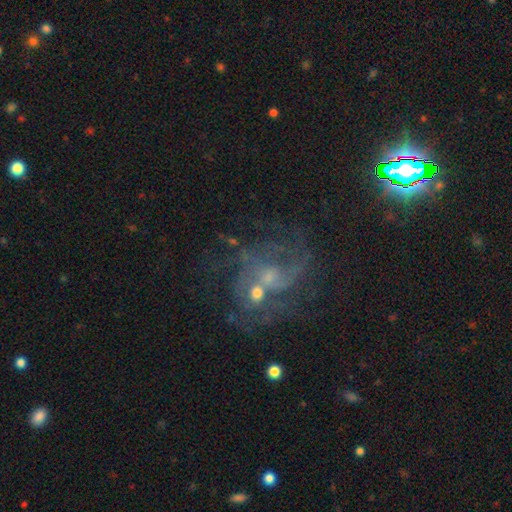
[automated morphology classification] Overall: featured or disk (60%; star or artifact 28%). Edge-on disk: no (97%). Bar: no (64%; weak 29%). Spiral arms: yes (75%). Bulge size: small (53%; moderate 27%). Merging: none (47%; major disturbance 20%).